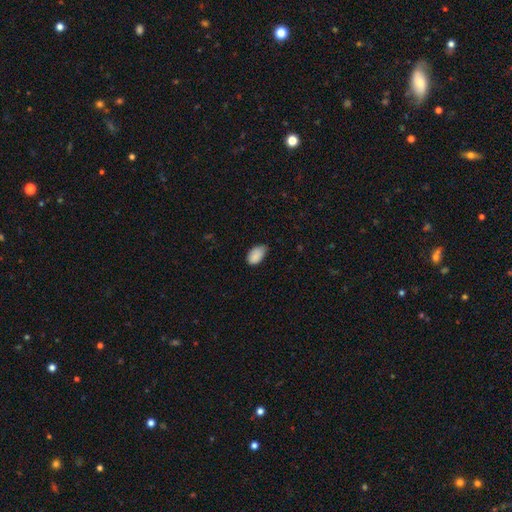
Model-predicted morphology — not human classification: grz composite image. It shows a smooth galaxy with no disk features (88%) that is in between round and cigar-shaped (93%). Merging: none (53%).